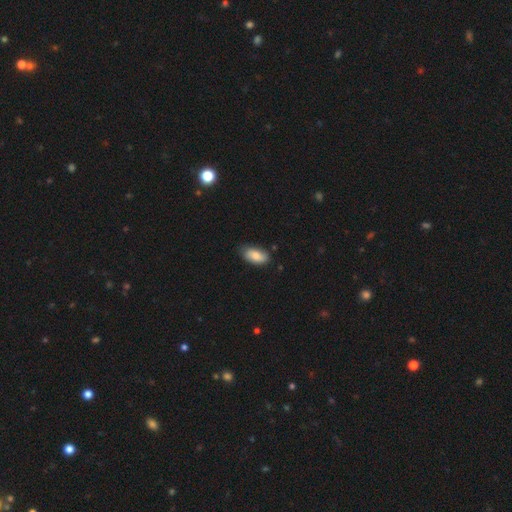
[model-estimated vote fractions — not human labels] Overall: smooth (84%). How rounded: in between (93%). Merging: none (76%).